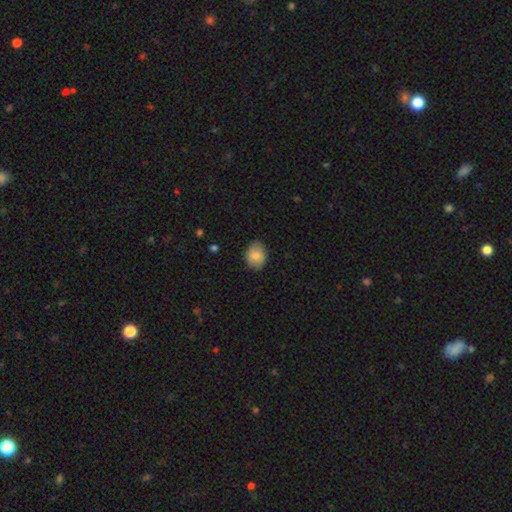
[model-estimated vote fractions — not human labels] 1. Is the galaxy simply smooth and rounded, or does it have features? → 84% smooth, 9% featured or disk, 7% star or artifact.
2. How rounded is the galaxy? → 59% in between, 40% round, 1% cigar-shaped.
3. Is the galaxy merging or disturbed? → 82% none, 14% minor disturbance, 3% major disturbance, 1% merger.